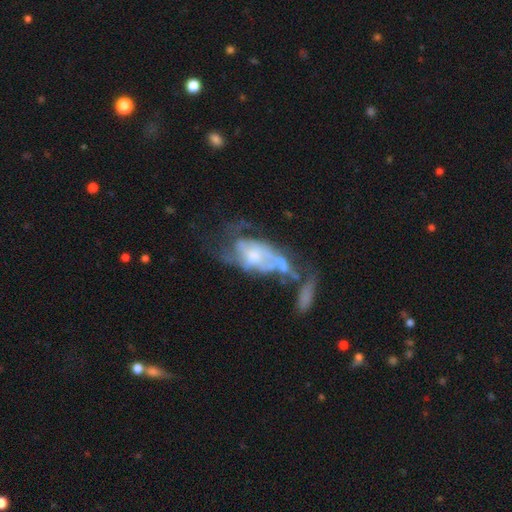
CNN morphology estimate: This appears to be a featured or disk galaxy (67%) with no bar (78%), no spiral arms (52%) and a moderate central bulge (44%). Merging: major disturbance (34%).